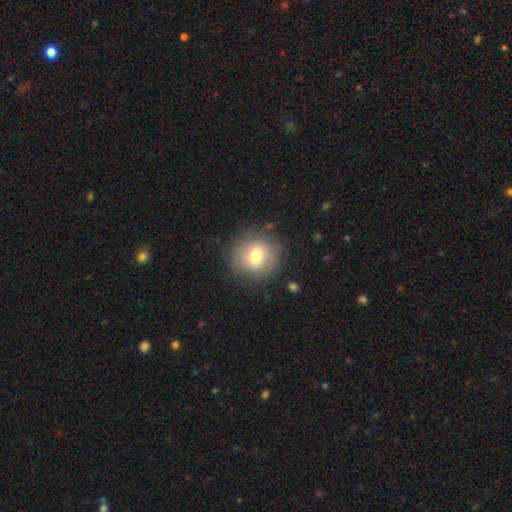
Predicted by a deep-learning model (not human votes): Smooth or featured: smooth — 73% (featured or disk — 18%)
How rounded: round — 89% (in between — 10%)
Merging: none — 83% (minor disturbance — 11%)